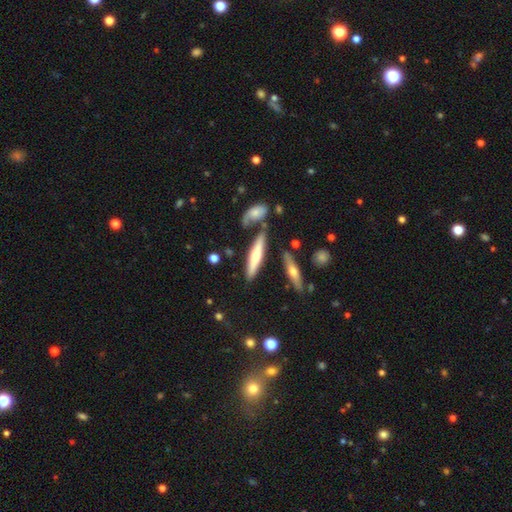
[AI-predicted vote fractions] This appears to be a featured or disk galaxy (49%). Merging: none (72%).